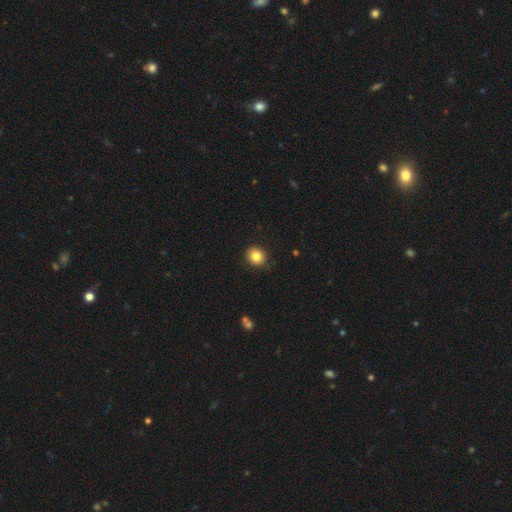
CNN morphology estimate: This is clearly a smooth galaxy (84%). How rounded: likely round (79%). Merging: clearly none (86%).